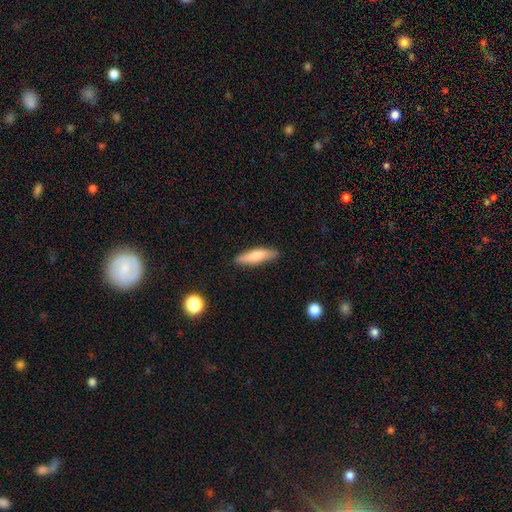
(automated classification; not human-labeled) Morphology: type=smooth (75%); roundness=cigar-shaped (69%); merging=none (86%).